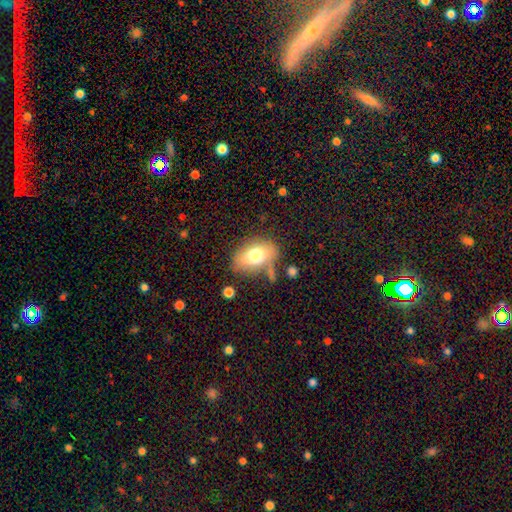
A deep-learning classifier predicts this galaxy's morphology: smooth 72%, featured or disk 19%, star or artifact 8%. Down the decision tree: how rounded — in between (83%); merging — none (60%).